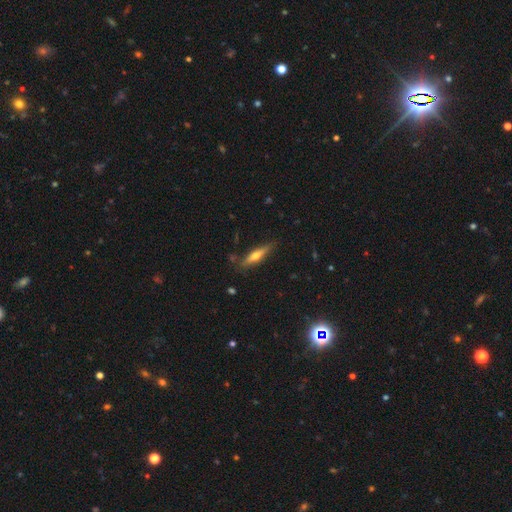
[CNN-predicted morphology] Q: Smooth or featured?
A: featured or disk (57%); runner-up: smooth (37%)
Q: Edge-on disk?
A: yes (94%); runner-up: no (6%)
Q: Edge-on bulge?
A: rounded (89%); runner-up: none (6%)
Q: Merging?
A: none (83%); runner-up: minor disturbance (12%)